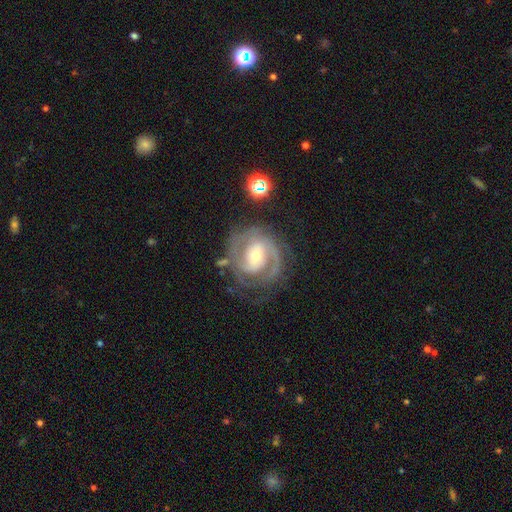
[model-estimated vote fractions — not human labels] Smooth or featured? Predicted: featured or disk (p=0.89). Edge-on disk? Predicted: no (p=0.98). Bar? Predicted: weak (p=0.43). Spiral arms? Predicted: yes (p=0.96). Spiral winding? Predicted: tight (p=0.54). Spiral arm count? Predicted: 2 (p=0.64). Bulge size? Predicted: moderate (p=0.49). Merging? Predicted: none (p=0.70).